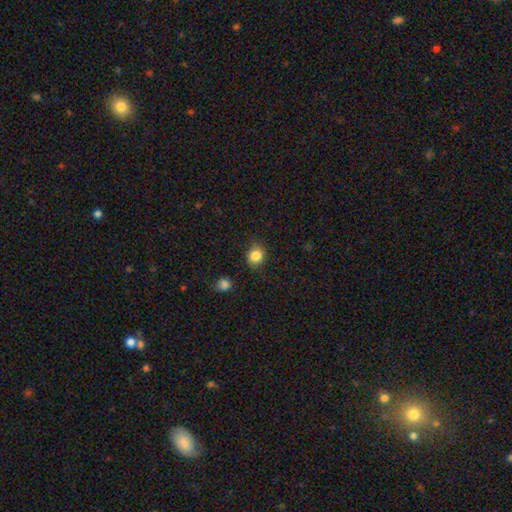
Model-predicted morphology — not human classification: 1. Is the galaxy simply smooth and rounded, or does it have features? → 85% smooth, 10% star or artifact, 5% featured or disk.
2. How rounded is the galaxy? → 77% round, 22% in between, 1% cigar-shaped.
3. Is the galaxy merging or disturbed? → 83% none, 11% minor disturbance, 3% major disturbance, 2% merger.